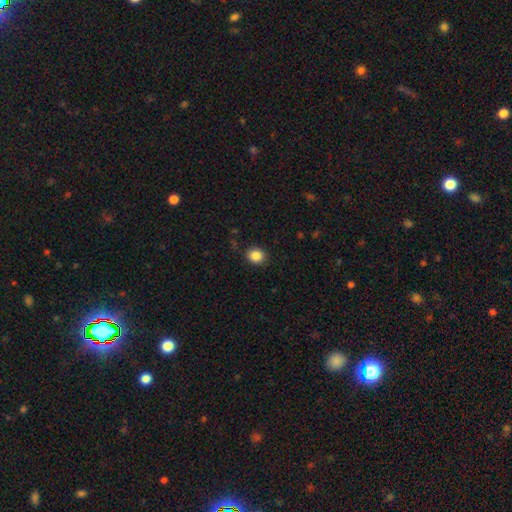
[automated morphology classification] smooth-or-featured: smooth: 86% | star or artifact: 10% | featured or disk: 4%
  how-rounded: round: 72% | in between: 27% | cigar-shaped: 1%
  merging: none: 88% | minor disturbance: 8% | major disturbance: 2% | merger: 1%